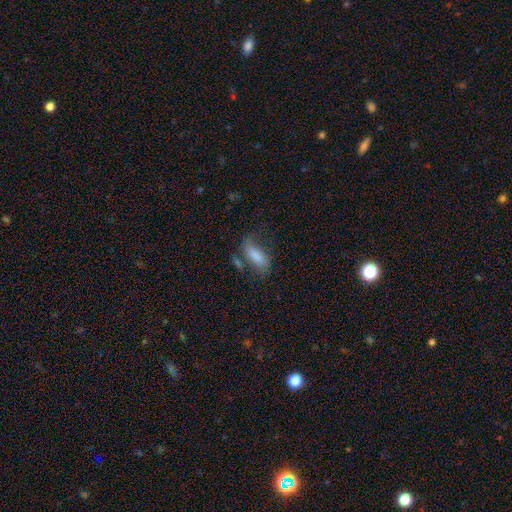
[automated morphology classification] Smooth or featured? smooth (62%)
How rounded? in between (77%)
Merging? none (50%)